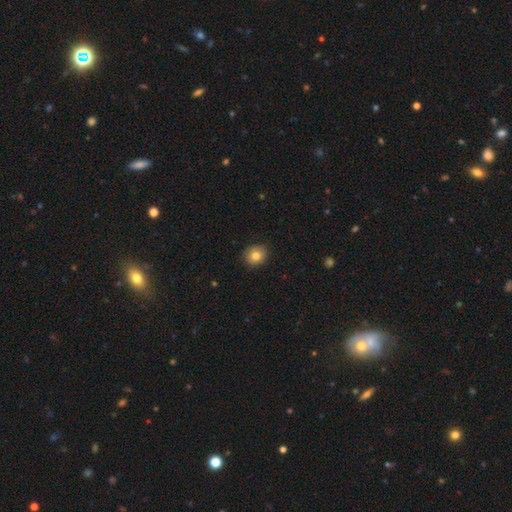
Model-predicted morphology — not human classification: The model was most divided on "how rounded": round: 72%, in between: 27%, cigar-shaped: 1%. More confident: merging — none (86%); smooth or featured — smooth (81%).